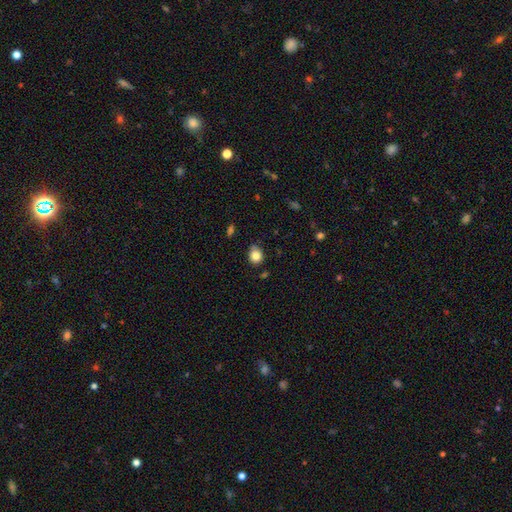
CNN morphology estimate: This appears to be a smooth galaxy with no disk features (83%) that is round (66%). Merging: none (70%).